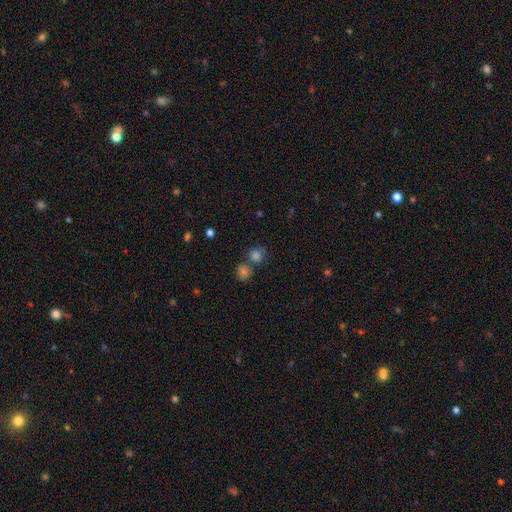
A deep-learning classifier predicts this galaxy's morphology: The model was most divided on "merging": none: 62%, merger: 26%, minor disturbance: 9%, major disturbance: 4%. More confident: how rounded — round (84%); smooth or featured — smooth (73%).